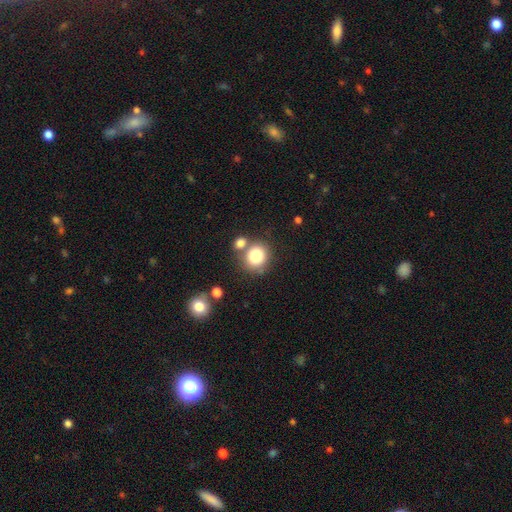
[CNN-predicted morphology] A smooth galaxy with no disk features (81%) that is round (82%).

Vote fractions:
- Smooth or featured? smooth: 81% / star or artifact: 11% / featured or disk: 8%
- How rounded? round: 82% / in between: 17% / cigar-shaped: 1%
- Merging? none: 62% / merger: 23% / minor disturbance: 11% / major disturbance: 4%